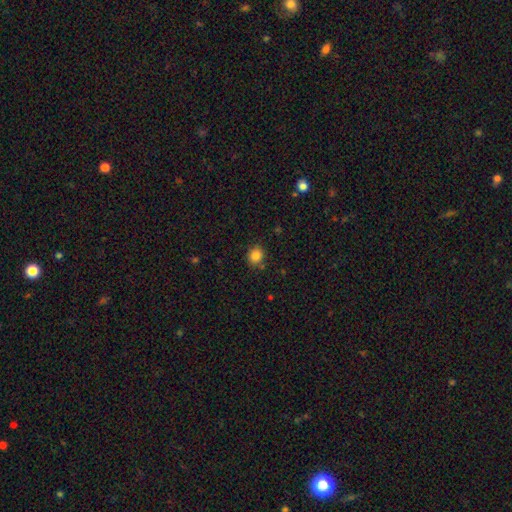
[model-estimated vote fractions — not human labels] smooth-or-featured: smooth: 85% | star or artifact: 11% | featured or disk: 5%
  how-rounded: round: 75% | in between: 24% | cigar-shaped: 1%
  merging: none: 83% | minor disturbance: 11% | merger: 3% | major disturbance: 3%